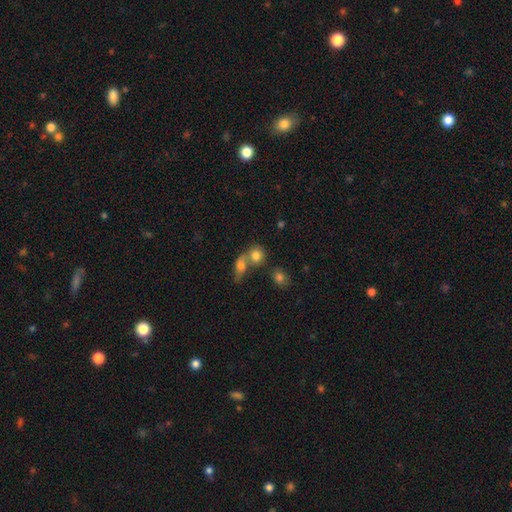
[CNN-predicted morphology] Smooth or featured? smooth (77%)
How rounded? round (65%)
Merging? merger (55%)